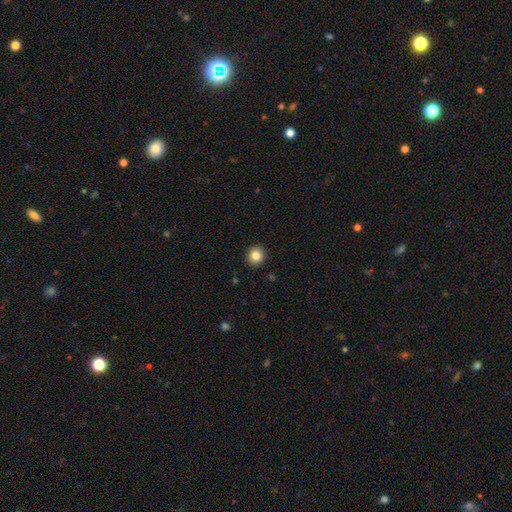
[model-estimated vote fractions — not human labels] smooth 83%, star or artifact 10%, featured or disk 6%. Down the decision tree: how rounded — round (90%); merging — none (92%).